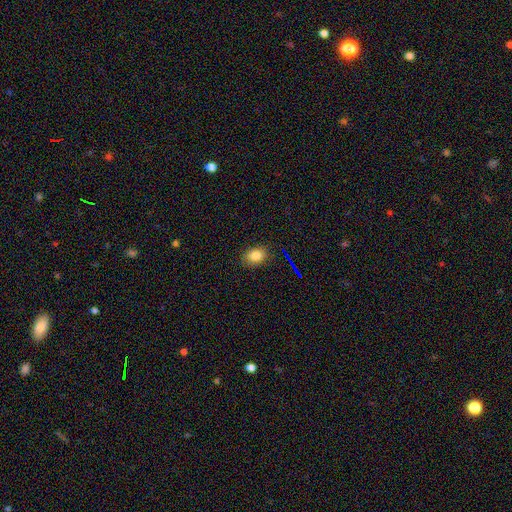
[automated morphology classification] Smooth or featured? Predicted: smooth (p=0.81). How rounded? Predicted: in between (p=0.75). Merging? Predicted: none (p=0.84).